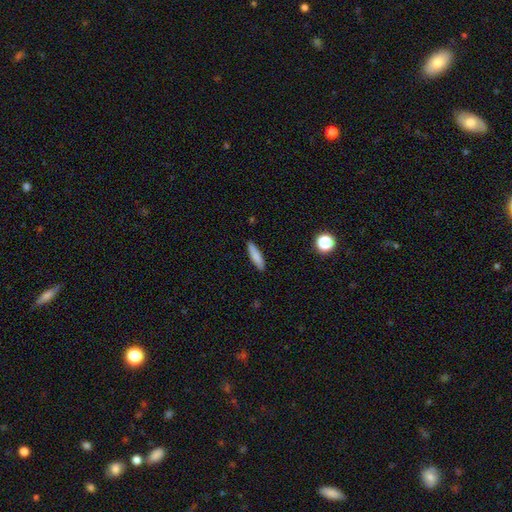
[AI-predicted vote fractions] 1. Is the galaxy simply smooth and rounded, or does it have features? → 82% smooth, 10% featured or disk, 7% star or artifact.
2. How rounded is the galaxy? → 77% cigar-shaped, 22% in between, 2% round.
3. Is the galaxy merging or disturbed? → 89% none, 8% minor disturbance, 2% major disturbance, 1% merger.